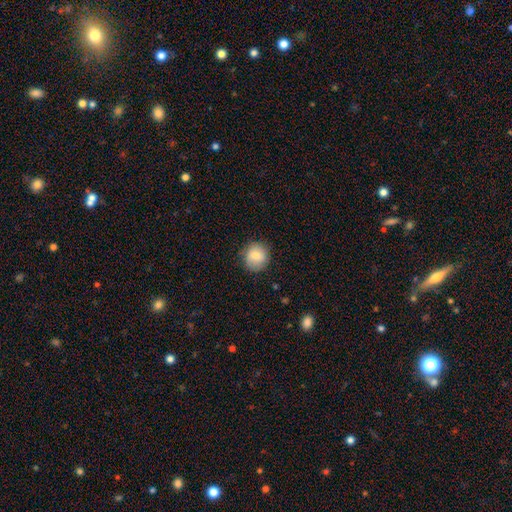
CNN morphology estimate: The model was most divided on "smooth or featured": smooth: 81%, featured or disk: 10%, star or artifact: 8%. More confident: how rounded — round (86%); merging — none (84%).